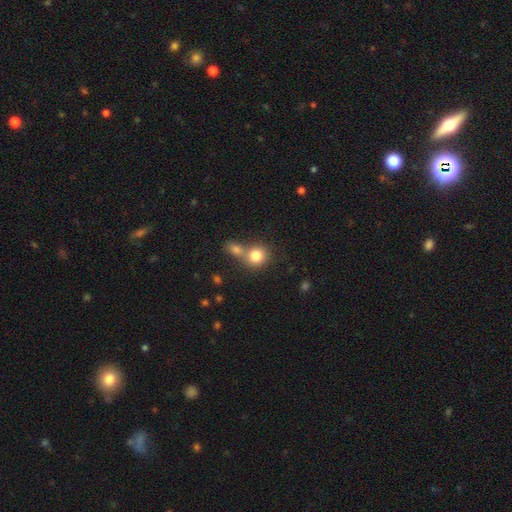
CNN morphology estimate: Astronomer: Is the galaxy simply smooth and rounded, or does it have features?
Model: smooth — 81%.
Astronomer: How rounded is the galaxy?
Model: round — 81%.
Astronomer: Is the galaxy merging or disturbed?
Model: merger — 45% (runner-up: none, 43%).